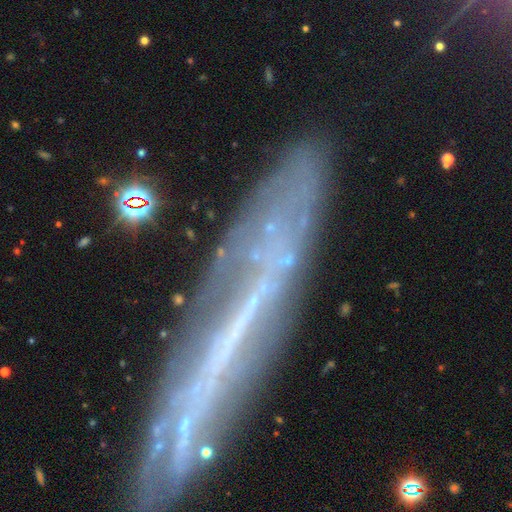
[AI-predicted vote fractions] Smooth or featured?
  - featured or disk: 61% *
  - star or artifact: 20%
  - smooth: 19%
Edge-on disk?
  - no: 56% *
  - yes: 44%
Merging?
  - none: 64% *
  - minor disturbance: 19%
  - major disturbance: 12%
  - merger: 5%